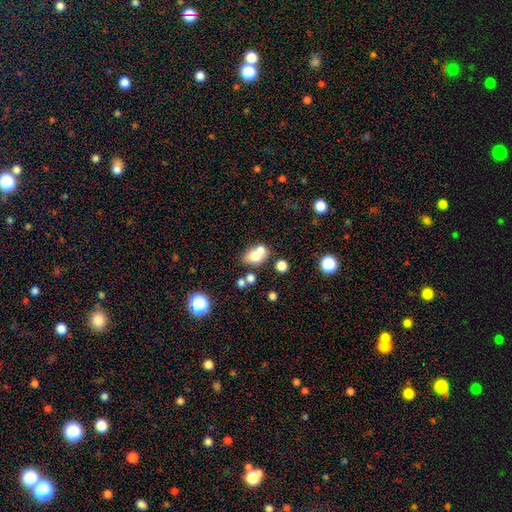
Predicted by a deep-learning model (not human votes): This appears to be a smooth galaxy with no disk features (71%) that is in between round and cigar-shaped (66%). Merging: merger (44%).